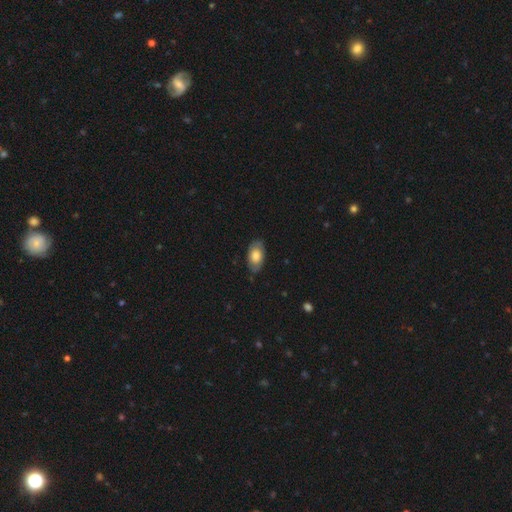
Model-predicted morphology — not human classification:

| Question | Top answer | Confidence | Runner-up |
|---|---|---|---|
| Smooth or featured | smooth | 67% | featured or disk (27%) |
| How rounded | in between | 93% | round (5%) |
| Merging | none | 78% | minor disturbance (17%) |